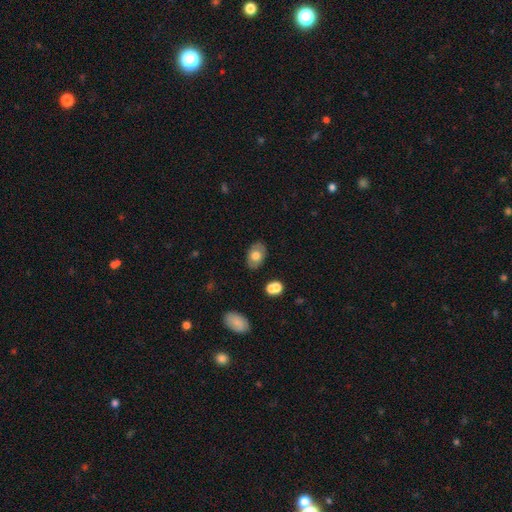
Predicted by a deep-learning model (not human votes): smooth_or_featured: smooth (p=0.70) [alt: featured or disk p=0.23]
how_rounded: in between (p=0.85) [alt: round p=0.14]
merging: none (p=0.83) [alt: minor disturbance p=0.12]